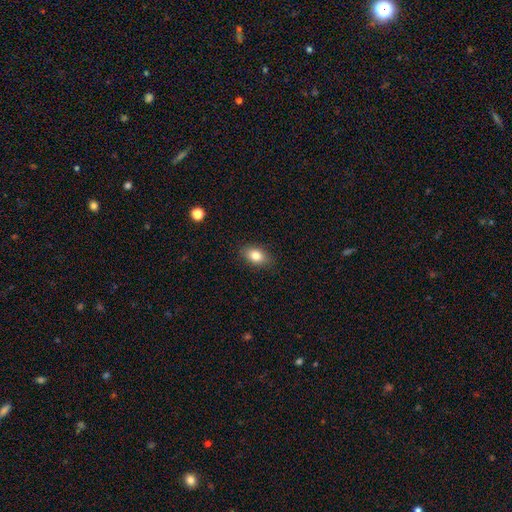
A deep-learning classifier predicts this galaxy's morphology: smooth-or-featured: smooth: 83% | featured or disk: 9% | star or artifact: 8%
  how-rounded: in between: 86% | round: 12% | cigar-shaped: 2%
  merging: none: 87% | minor disturbance: 10% | major disturbance: 2% | merger: 1%